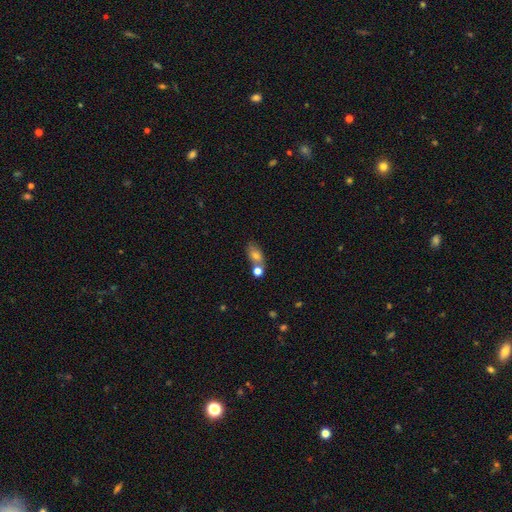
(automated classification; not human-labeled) smooth 72%, featured or disk 17%, star or artifact 11%. Down the decision tree: how rounded — in between (81%); merging — none (49%).